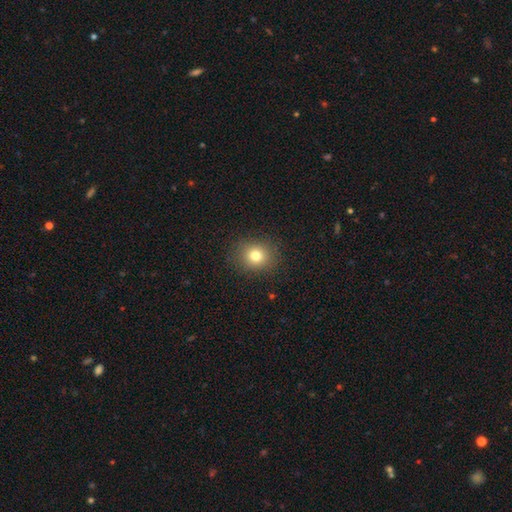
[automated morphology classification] Overall: smooth (78%). How rounded: round (79%). Merging: none (89%).